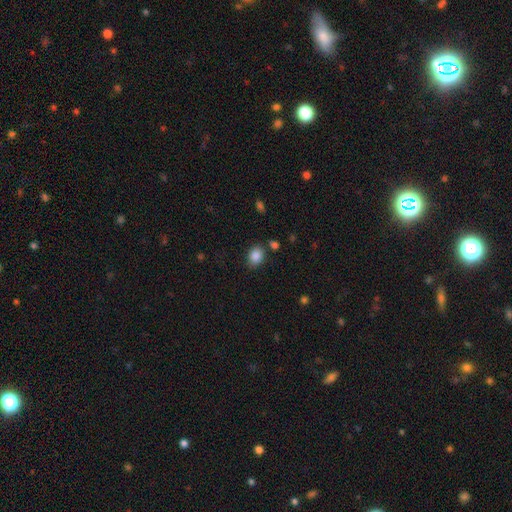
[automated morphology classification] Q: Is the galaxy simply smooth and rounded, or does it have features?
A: smooth — 87%.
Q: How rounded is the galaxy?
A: in between — 62%.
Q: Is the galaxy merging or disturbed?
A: none — 78%.